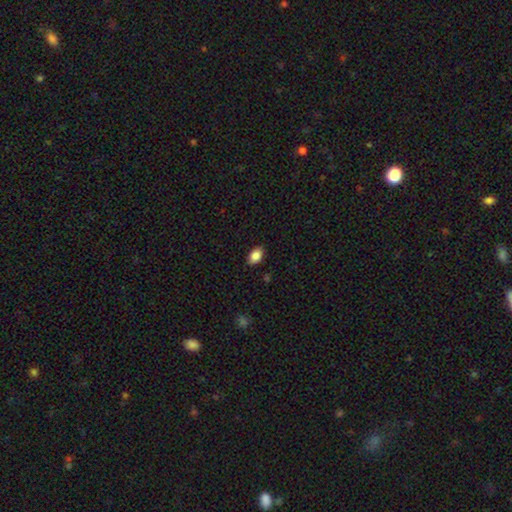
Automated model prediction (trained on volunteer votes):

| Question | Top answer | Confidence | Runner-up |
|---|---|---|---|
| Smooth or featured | smooth | 87% | star or artifact (8%) |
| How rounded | in between | 88% | round (11%) |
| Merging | none | 88% | minor disturbance (9%) |